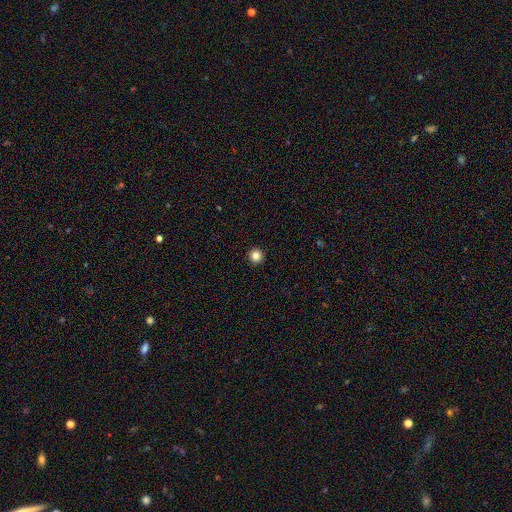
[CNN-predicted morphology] A smooth galaxy with no disk features (84%) that is round (96%).

Vote fractions:
- Smooth or featured? smooth: 84% / star or artifact: 11% / featured or disk: 4%
- How rounded? round: 96% / in between: 3% / cigar-shaped: 1%
- Merging? none: 94% / minor disturbance: 4% / major disturbance: 1% / merger: 1%